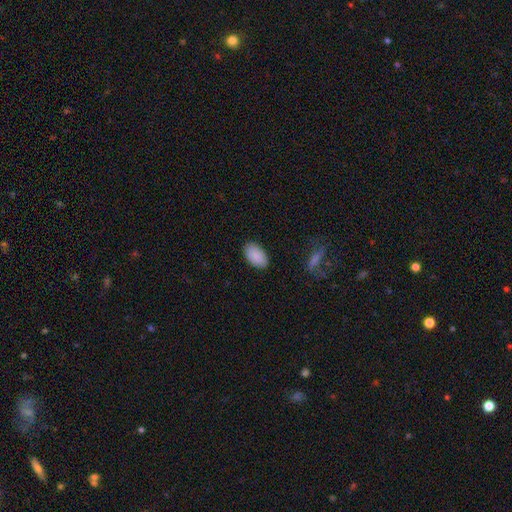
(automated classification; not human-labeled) Morphology: type=smooth (89%); roundness=in between (94%); merging=none (87%).